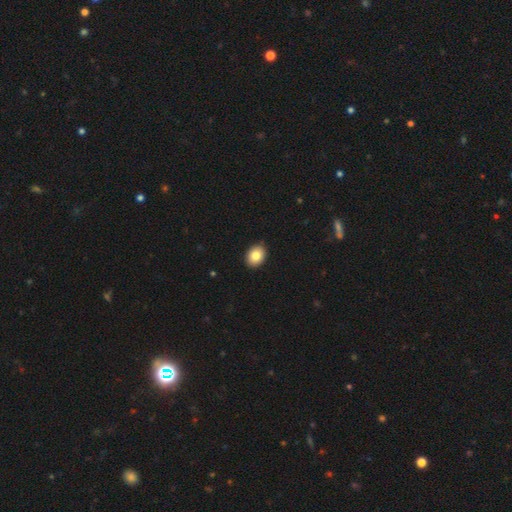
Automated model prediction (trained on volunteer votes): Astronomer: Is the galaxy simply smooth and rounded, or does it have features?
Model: smooth — 83%.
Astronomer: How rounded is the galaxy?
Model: in between — 63%.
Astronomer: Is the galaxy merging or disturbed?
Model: none — 89%.